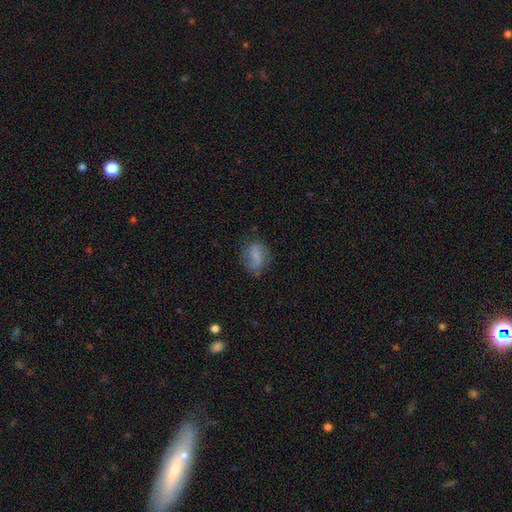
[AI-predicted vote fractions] smooth_or_featured: smooth (p=0.55) [alt: featured or disk p=0.36]
how_rounded: in between (p=0.67) [alt: round p=0.30]
merging: none (p=0.66) [alt: minor disturbance p=0.22]